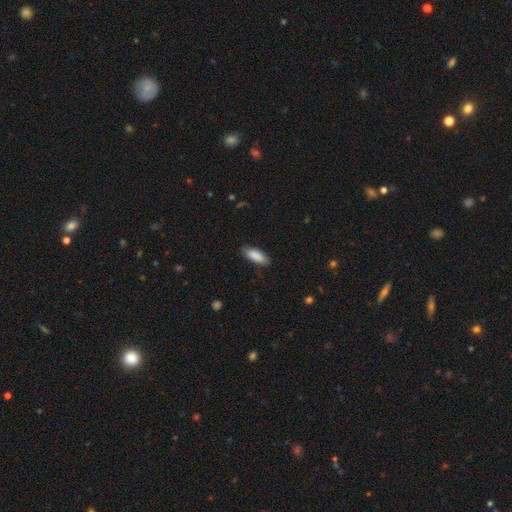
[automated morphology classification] A smooth galaxy with no disk features (88%) that is in between round and cigar-shaped (64%). Merging: none (85%).